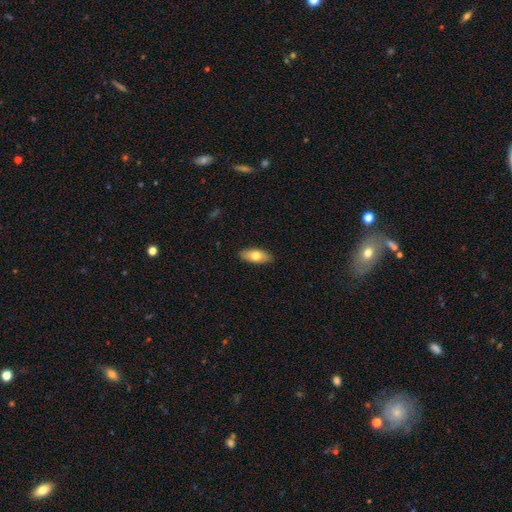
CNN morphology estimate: smooth 74%, featured or disk 20%, star or artifact 6%. Down the decision tree: how rounded — in between (84%); merging — none (89%).